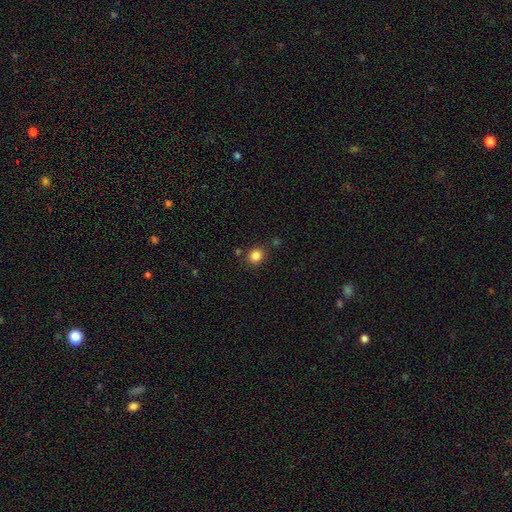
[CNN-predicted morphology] smooth_or_featured: smooth (p=0.85) [alt: star or artifact p=0.11]
how_rounded: round (p=0.74) [alt: in between p=0.26]
merging: none (p=0.81) [alt: minor disturbance p=0.10]